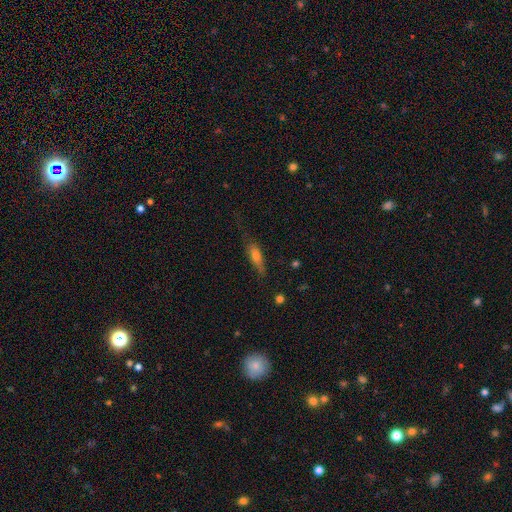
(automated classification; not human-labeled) Smooth or featured? Predicted: smooth (p=0.57). How rounded? Predicted: cigar-shaped (p=0.57). Merging? Predicted: none (p=0.58).